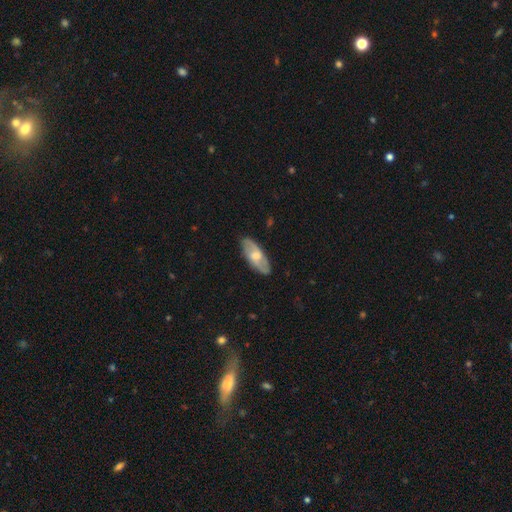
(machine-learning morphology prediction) Smooth or featured: featured or disk — 54% (smooth — 41%)
Edge-on disk: no — 83% (yes — 17%)
Merging: none — 83% (minor disturbance — 13%)